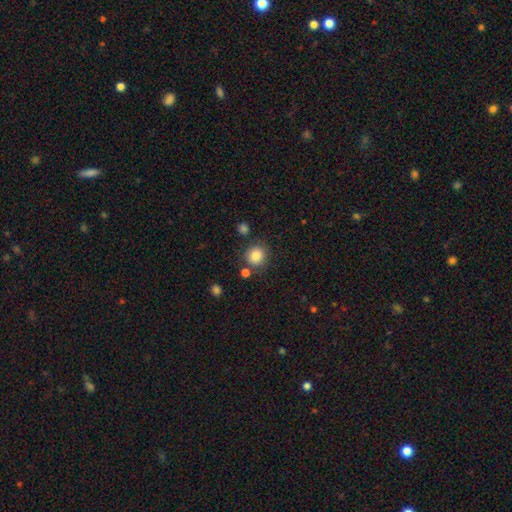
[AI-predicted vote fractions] The model was most divided on "merging": none: 80%, minor disturbance: 10%, merger: 7%, major disturbance: 3%. More confident: how rounded — round (88%); smooth or featured — smooth (84%).